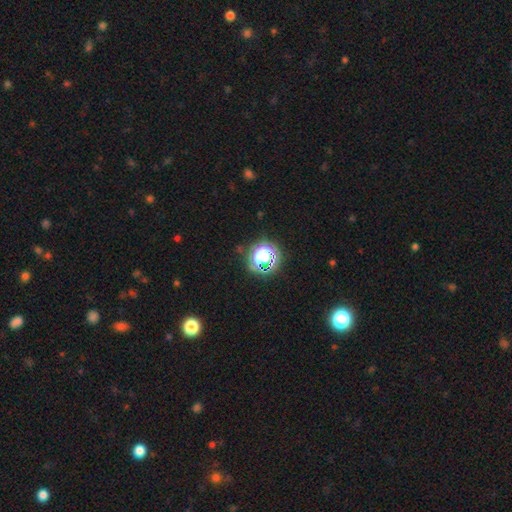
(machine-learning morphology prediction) This appears to be a star or artifact, not a galaxy (70%).